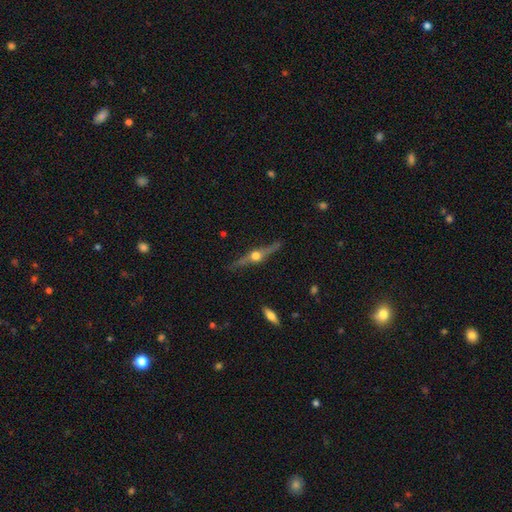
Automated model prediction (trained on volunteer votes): Overall: featured or disk (83%). Edge-on disk: yes (97%). Edge-on bulge: rounded (97%). Merging: none (85%).